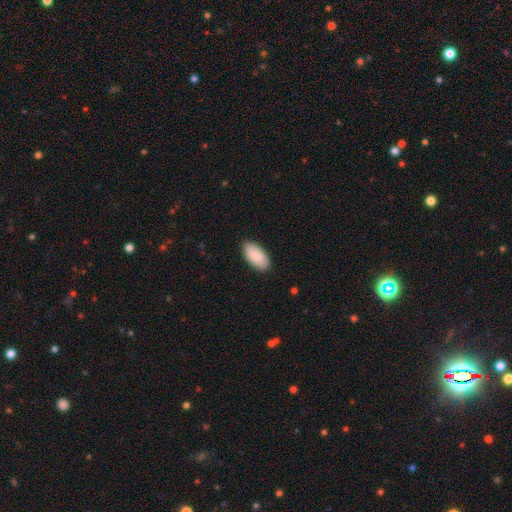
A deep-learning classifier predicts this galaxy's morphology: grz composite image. It shows a smooth galaxy with no disk features (89%) that is in between round and cigar-shaped (95%). Merging: none (87%).